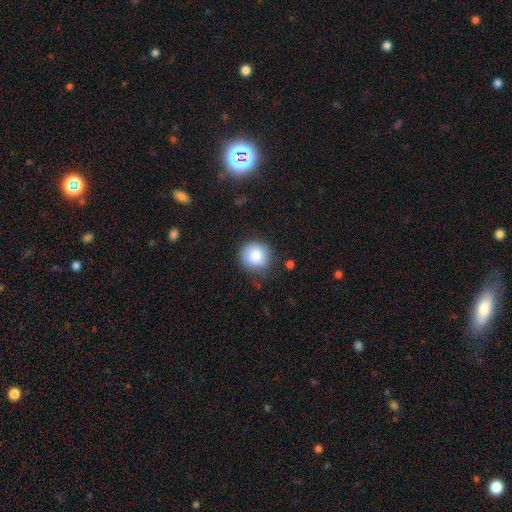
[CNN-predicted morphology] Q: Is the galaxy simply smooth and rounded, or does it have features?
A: smooth — 83%.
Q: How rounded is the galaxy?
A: round — 91%.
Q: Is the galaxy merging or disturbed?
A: none — 80%.